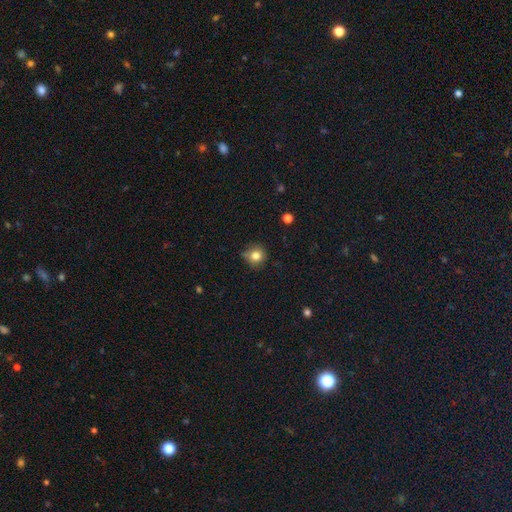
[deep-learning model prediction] smooth-or-featured: smooth: 81% | star or artifact: 12% | featured or disk: 7%
  how-rounded: round: 91% | in between: 8% | cigar-shaped: 1%
  merging: none: 75% | minor disturbance: 18% | major disturbance: 3% | merger: 3%